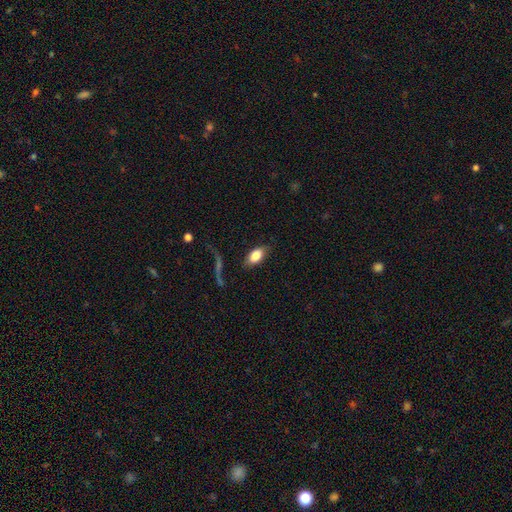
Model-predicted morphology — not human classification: A smooth galaxy with no disk features (81%) that is in between round and cigar-shaped (91%). Merging: none (76%).